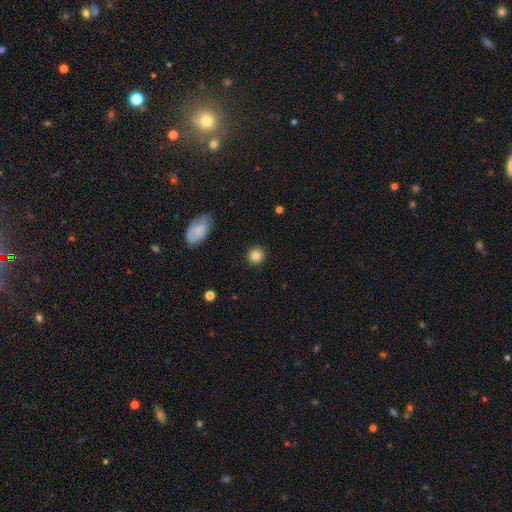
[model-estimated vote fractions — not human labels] Smooth or featured?
  - smooth: 83% *
  - star or artifact: 10%
  - featured or disk: 7%
How rounded?
  - round: 91% *
  - in between: 8%
  - cigar-shaped: 1%
Merging?
  - none: 90% *
  - minor disturbance: 6%
  - major disturbance: 2%
  - merger: 1%